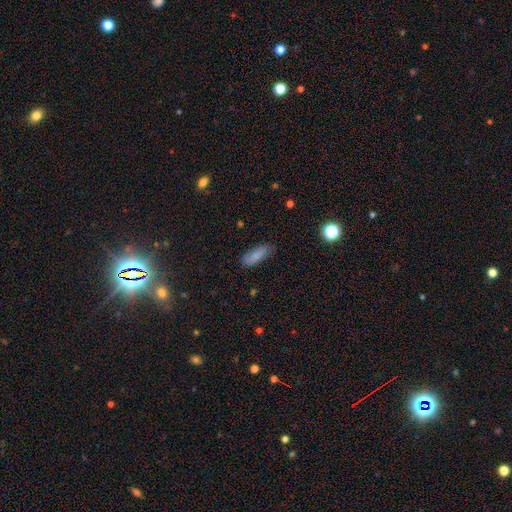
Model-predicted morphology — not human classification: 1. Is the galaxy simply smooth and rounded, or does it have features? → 80% smooth, 12% featured or disk, 8% star or artifact.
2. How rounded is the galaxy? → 73% in between, 25% cigar-shaped, 2% round.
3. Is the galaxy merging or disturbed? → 72% none, 22% minor disturbance, 4% major disturbance, 1% merger.